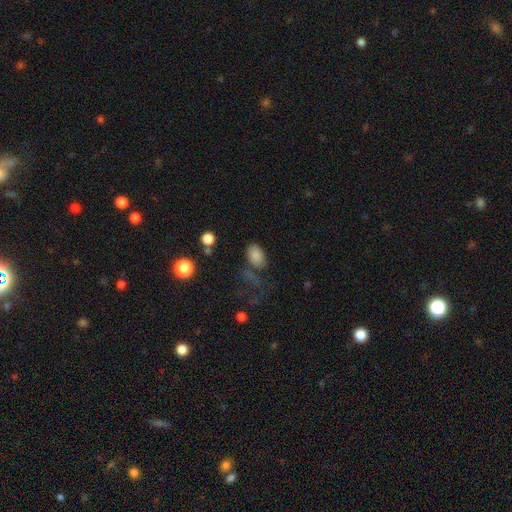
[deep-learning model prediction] Q: Smooth or featured?
A: smooth (83%); runner-up: star or artifact (12%)
Q: How rounded?
A: in between (89%); runner-up: round (10%)
Q: Merging?
A: none (67%); runner-up: minor disturbance (17%)